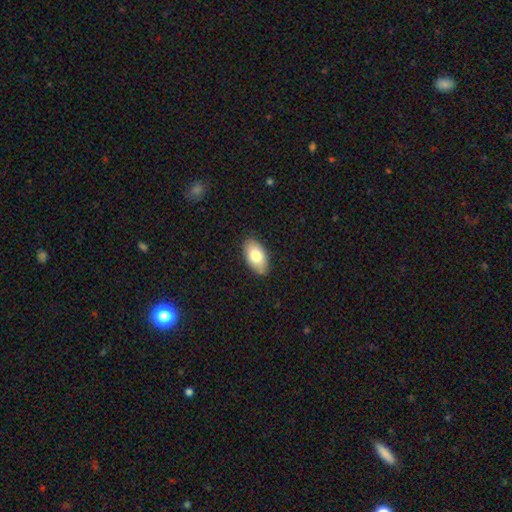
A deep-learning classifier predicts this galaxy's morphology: Smooth or featured?
  - smooth: 77% *
  - featured or disk: 17%
  - star or artifact: 6%
How rounded?
  - in between: 94% *
  - round: 4%
  - cigar-shaped: 2%
Merging?
  - none: 86% *
  - minor disturbance: 11%
  - major disturbance: 2%
  - merger: 1%